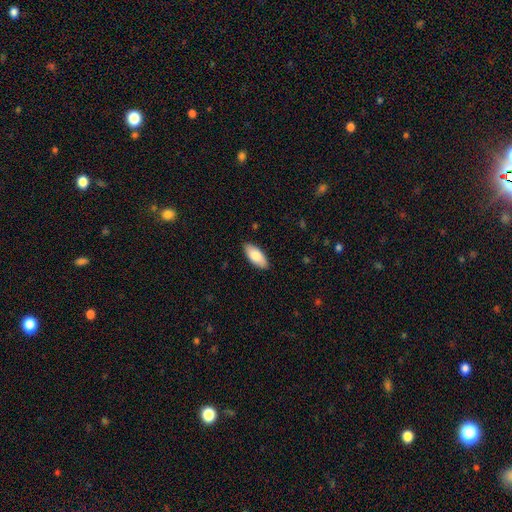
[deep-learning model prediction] smooth 84%, featured or disk 11%, star or artifact 5%. Down the decision tree: how rounded — in between (88%); merging — none (88%).